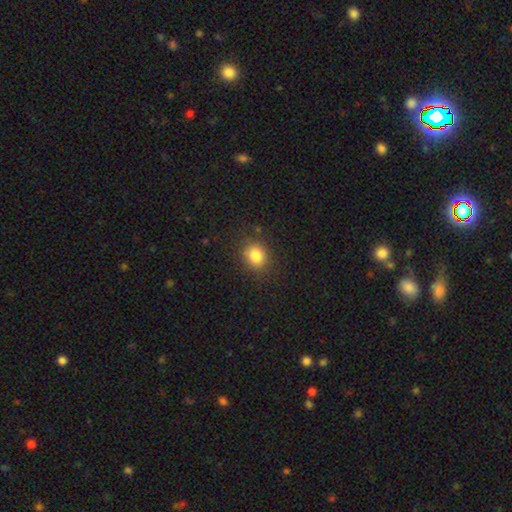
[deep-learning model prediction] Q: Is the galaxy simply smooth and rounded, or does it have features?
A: smooth — 83%.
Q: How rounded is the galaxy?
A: round — 63%.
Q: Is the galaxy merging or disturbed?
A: none — 83%.